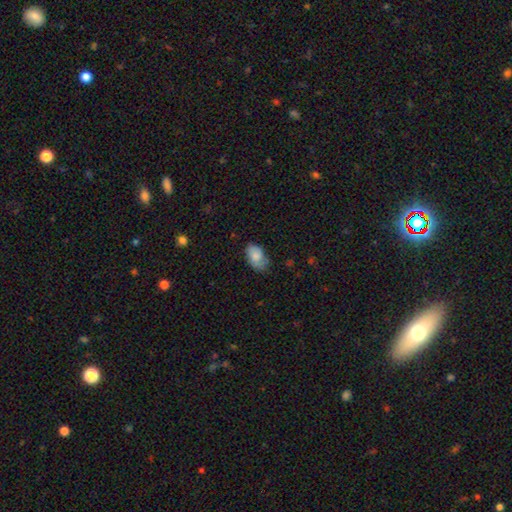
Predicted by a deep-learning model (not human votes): Smooth or featured?
  - smooth: 75% *
  - featured or disk: 17%
  - star or artifact: 7%
How rounded?
  - in between: 90% *
  - round: 8%
  - cigar-shaped: 1%
Merging?
  - none: 60% *
  - minor disturbance: 31%
  - major disturbance: 8%
  - merger: 1%